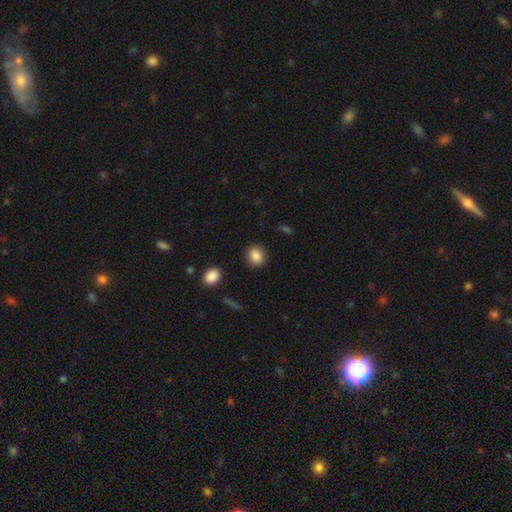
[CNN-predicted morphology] This appears to be a smooth galaxy with no disk features (87%) that is round (67%). Merging: none (89%).